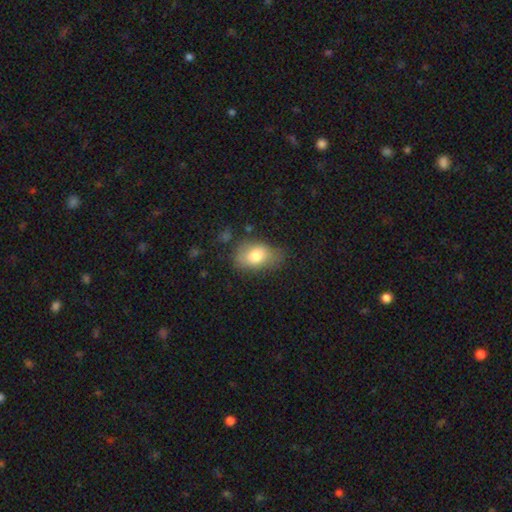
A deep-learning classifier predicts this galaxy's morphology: A smooth galaxy with no disk features (77%) that is in between round and cigar-shaped (81%).

Vote fractions:
- Smooth or featured? smooth: 77% / featured or disk: 15% / star or artifact: 9%
- How rounded? in between: 81% / round: 17% / cigar-shaped: 2%
- Merging? none: 60% / minor disturbance: 28% / major disturbance: 10% / merger: 3%